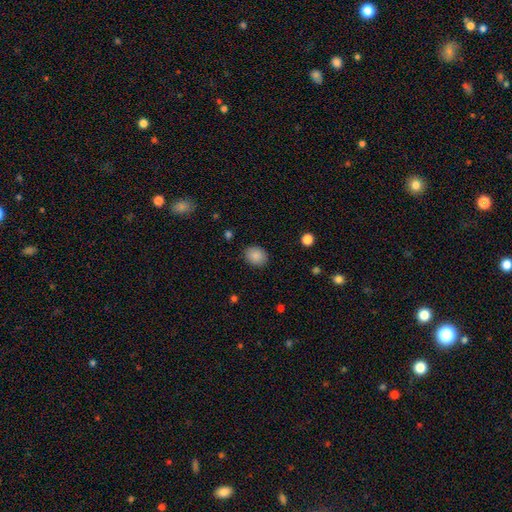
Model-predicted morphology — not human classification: This appears to be a smooth galaxy with no disk features (87%) that is in between round and cigar-shaped (53%). Merging: none (87%).